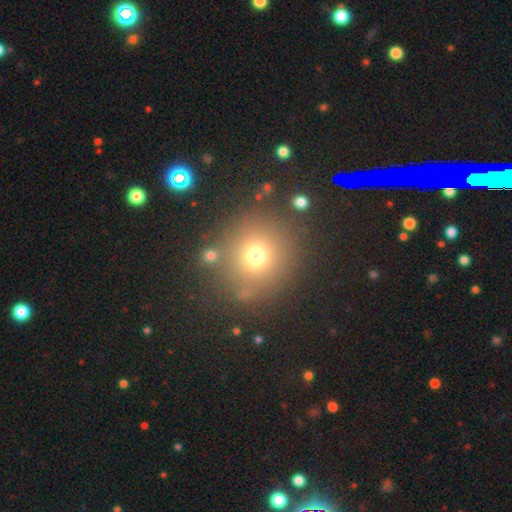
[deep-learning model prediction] Morphology: type=smooth (70%); roundness=round (90%); merging=none (76%).